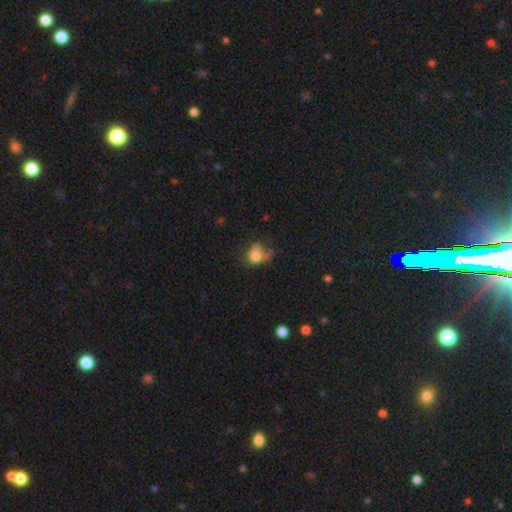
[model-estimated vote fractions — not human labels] A smooth galaxy with no disk features (70%) that is in between round and cigar-shaped (65%).

Vote fractions:
- Smooth or featured? smooth: 70% / featured or disk: 18% / star or artifact: 12%
- How rounded? in between: 65% / round: 34% / cigar-shaped: 1%
- Merging? major disturbance: 34% / none: 28% / minor disturbance: 23% / merger: 15%